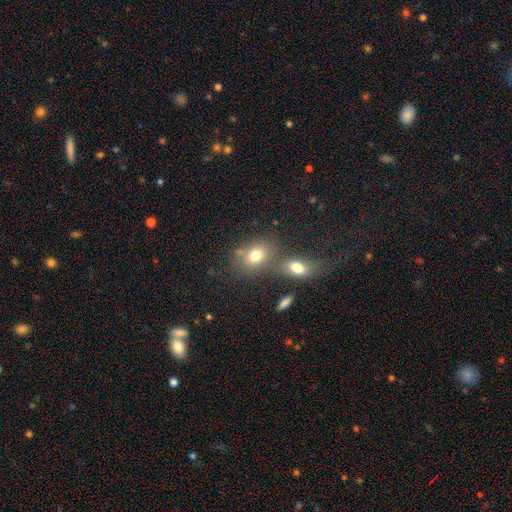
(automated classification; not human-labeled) Smooth or featured: smooth — 76% (star or artifact — 12%)
How rounded: in between — 63% (round — 36%)
Merging: none — 51% (merger — 30%)